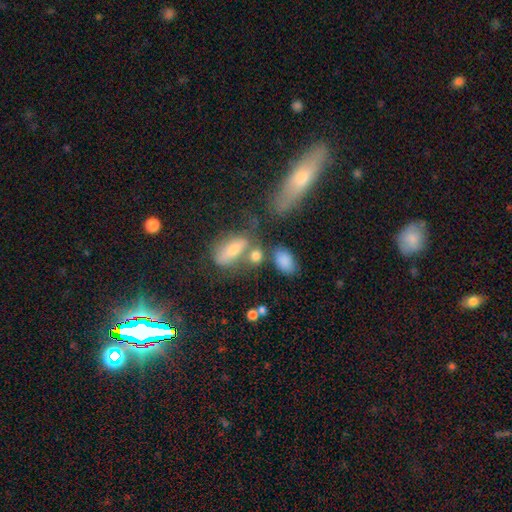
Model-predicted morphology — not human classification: This is likely a smooth galaxy (68%). How rounded: likely in between (75%). Merging: marginally none (39%).